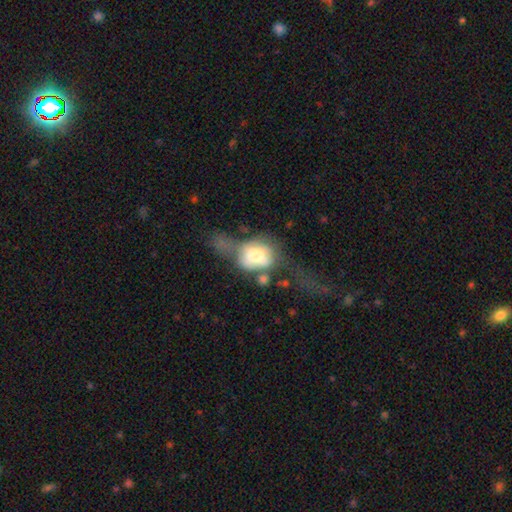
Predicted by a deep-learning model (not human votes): A smooth galaxy with no disk features (50%) that is in between round and cigar-shaped (56%). Merging: major disturbance (46%).